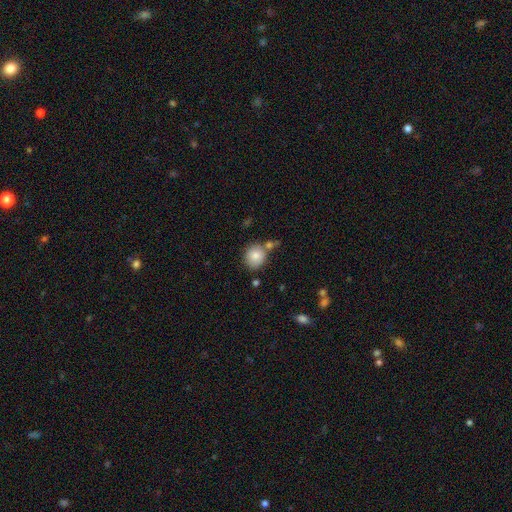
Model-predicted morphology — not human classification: smooth_or_featured: smooth (p=0.82) [alt: featured or disk p=0.09]
how_rounded: round (p=0.84) [alt: in between p=0.15]
merging: none (p=0.65) [alt: merger p=0.17]